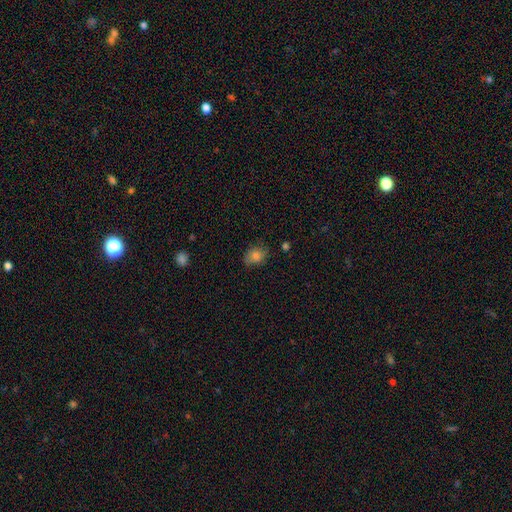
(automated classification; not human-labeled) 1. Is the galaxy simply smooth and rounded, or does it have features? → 73% smooth, 15% featured or disk, 12% star or artifact.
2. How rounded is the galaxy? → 56% in between, 42% round, 1% cigar-shaped.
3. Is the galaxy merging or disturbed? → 71% none, 22% minor disturbance, 5% major disturbance, 2% merger.